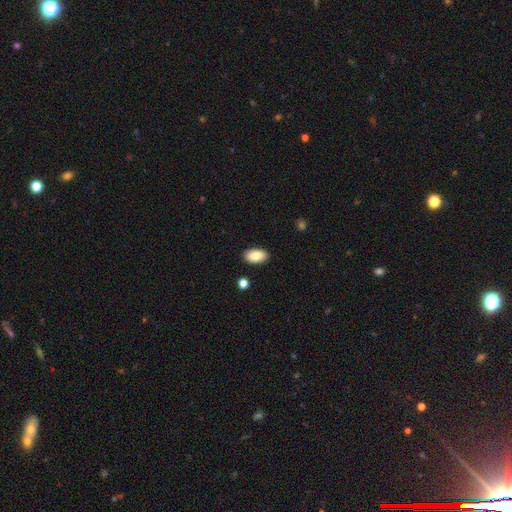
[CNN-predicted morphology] Smooth or featured? Predicted: smooth (p=0.83). How rounded? Predicted: in between (p=0.94). Merging? Predicted: none (p=0.89).